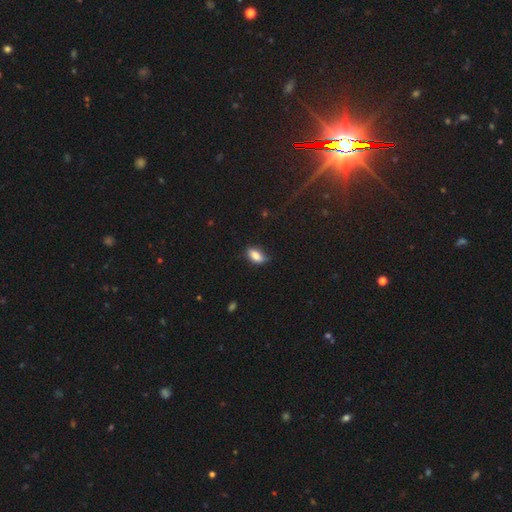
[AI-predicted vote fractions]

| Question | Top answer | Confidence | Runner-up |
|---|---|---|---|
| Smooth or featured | smooth | 80% | featured or disk (12%) |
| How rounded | in between | 87% | cigar-shaped (8%) |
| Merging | none | 58% | minor disturbance (33%) |